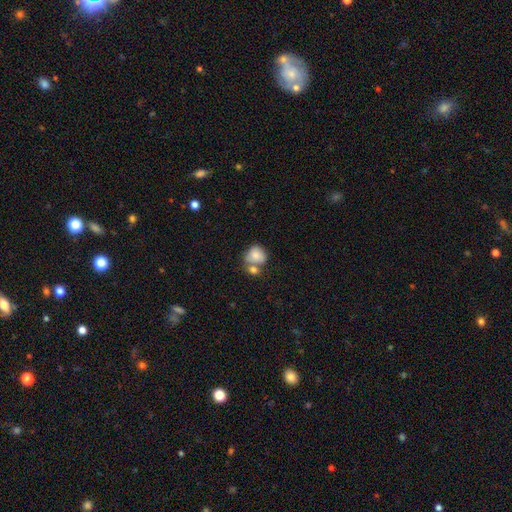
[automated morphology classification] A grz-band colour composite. It shows a smooth galaxy with no disk features (80%) that is round (66%). Merging: merger (44%).